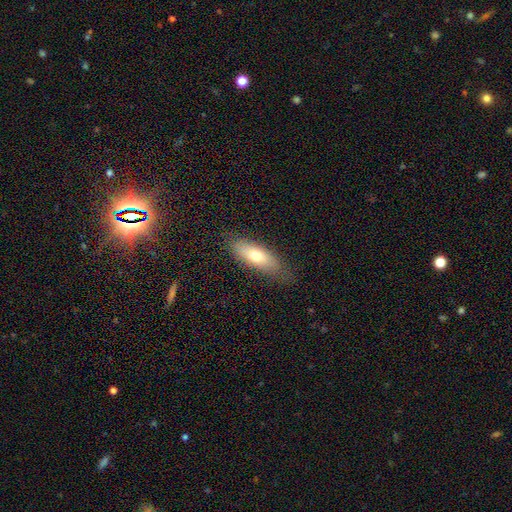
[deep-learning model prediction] A smooth galaxy with no disk features (68%) that is in between round and cigar-shaped (57%).

Vote fractions:
- Smooth or featured? smooth: 68% / featured or disk: 25% / star or artifact: 7%
- How rounded? in between: 57% / cigar-shaped: 40% / round: 2%
- Merging? none: 76% / minor disturbance: 18% / major disturbance: 4% / merger: 1%